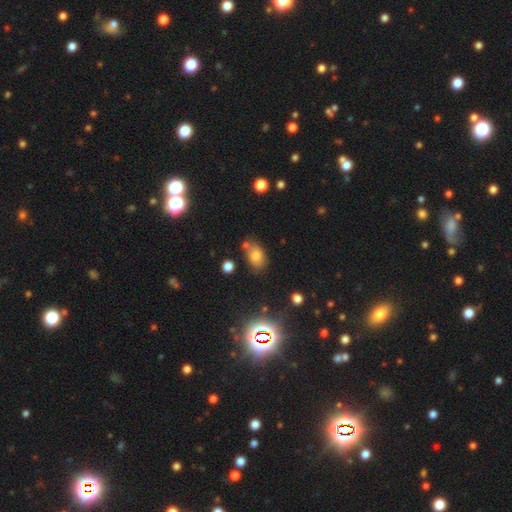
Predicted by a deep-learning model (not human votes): Morphology: type=smooth (73%); roundness=in between (81%); merging=none (62%).